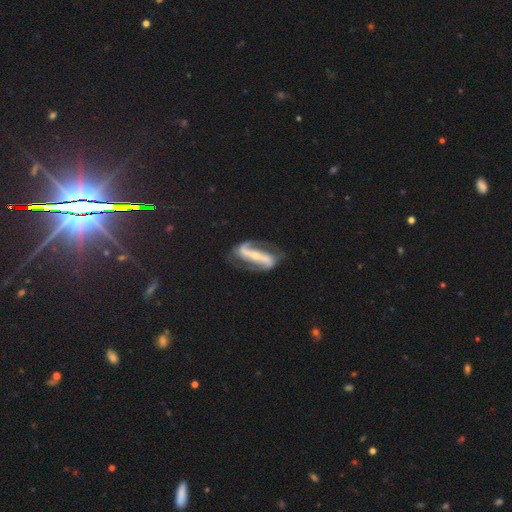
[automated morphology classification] Q: Smooth or featured?
A: featured or disk (87%); runner-up: smooth (8%)
Q: Edge-on disk?
A: no (91%); runner-up: yes (9%)
Q: Bar?
A: strong (70%); runner-up: weak (15%)
Q: Spiral arms?
A: yes (93%); runner-up: no (7%)
Q: Spiral winding?
A: loose (41%); runner-up: medium (39%)
Q: Spiral arm count?
A: 2 (91%); runner-up: can't tell (3%)
Q: Bulge size?
A: small (64%); runner-up: moderate (30%)
Q: Merging?
A: none (68%); runner-up: minor disturbance (18%)